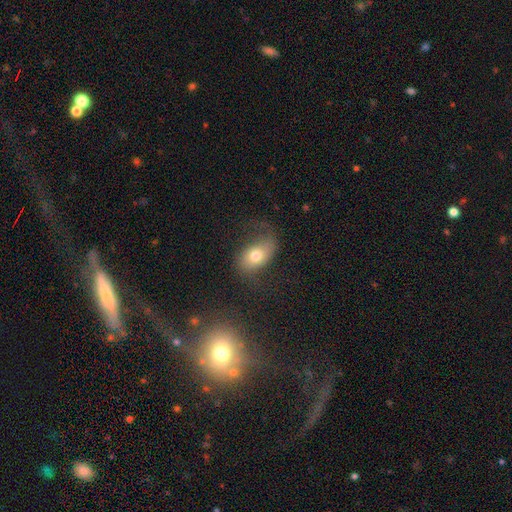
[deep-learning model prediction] A smooth galaxy with no disk features (56%) that is in between round and cigar-shaped (86%).

Vote fractions:
- Smooth or featured? smooth: 56% / featured or disk: 34% / star or artifact: 10%
- How rounded? in between: 86% / round: 11% / cigar-shaped: 2%
- Merging? none: 51% / major disturbance: 24% / minor disturbance: 22% / merger: 3%